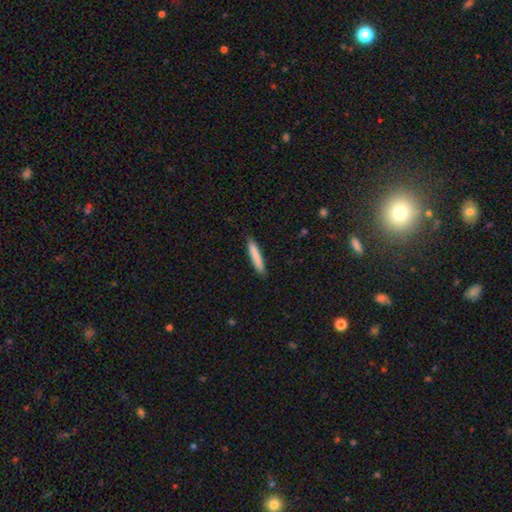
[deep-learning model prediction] Smooth or featured?
  - smooth: 82% *
  - featured or disk: 12%
  - star or artifact: 6%
How rounded?
  - cigar-shaped: 92% *
  - in between: 7%
  - round: 1%
Merging?
  - none: 89% *
  - minor disturbance: 9%
  - major disturbance: 2%
  - merger: 1%